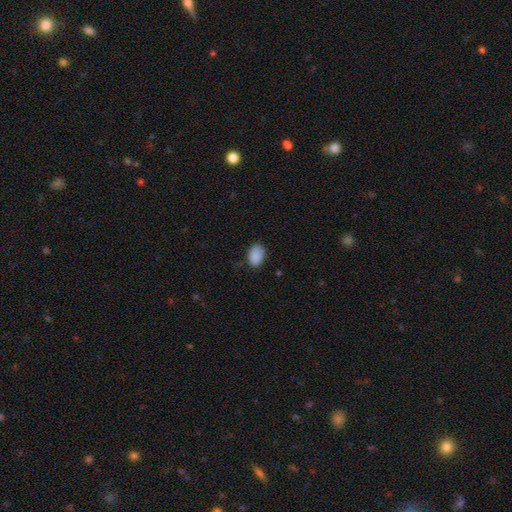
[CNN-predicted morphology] A smooth galaxy with no disk features (90%) that is in between round and cigar-shaped (86%). Merging: none (81%).